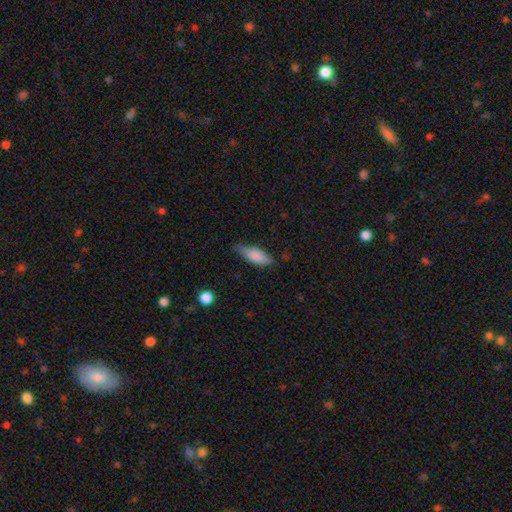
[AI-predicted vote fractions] Smooth or featured?
  - smooth: 83% *
  - featured or disk: 11%
  - star or artifact: 6%
How rounded?
  - in between: 68% *
  - cigar-shaped: 30%
  - round: 2%
Merging?
  - none: 59% *
  - minor disturbance: 33%
  - major disturbance: 6%
  - merger: 2%